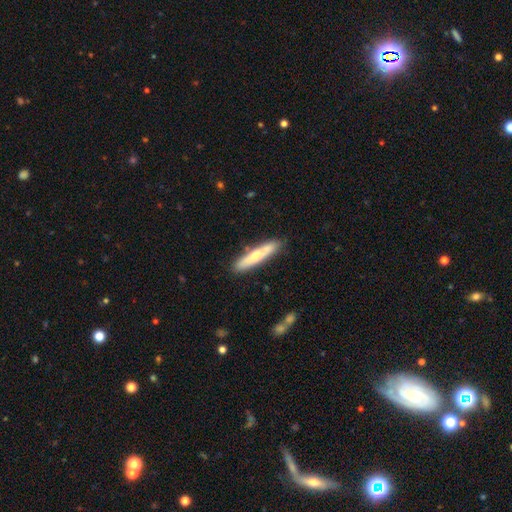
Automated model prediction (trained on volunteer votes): Smooth or featured? Predicted: smooth (p=0.58). How rounded? Predicted: cigar-shaped (p=0.85). Merging? Predicted: none (p=0.82).